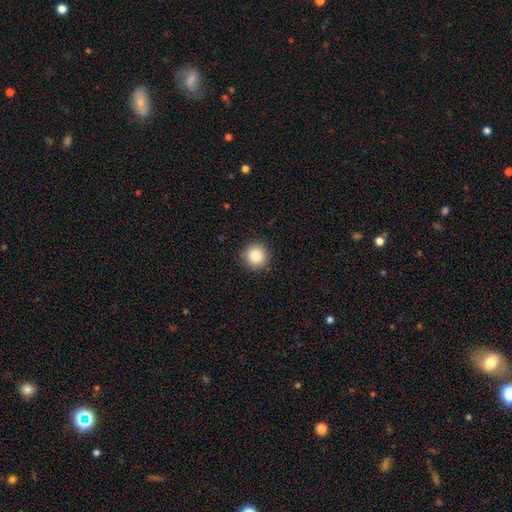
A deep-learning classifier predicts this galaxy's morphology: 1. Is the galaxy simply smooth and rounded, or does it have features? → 87% smooth, 9% star or artifact, 4% featured or disk.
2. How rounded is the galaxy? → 95% round, 4% in between, 1% cigar-shaped.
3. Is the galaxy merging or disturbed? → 91% none, 6% minor disturbance, 2% major disturbance, 1% merger.